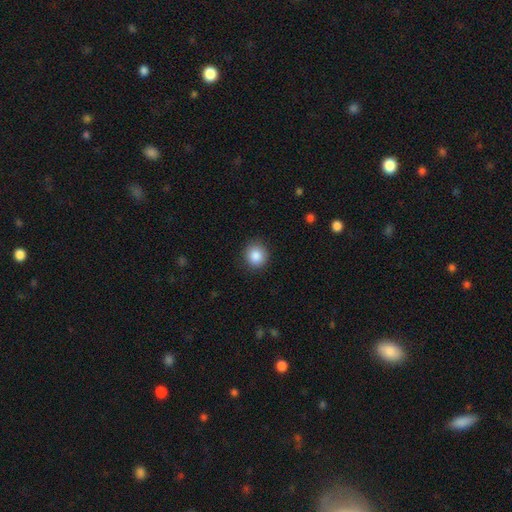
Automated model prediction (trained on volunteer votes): A smooth galaxy with no disk features (87%) that is round (89%). Merging: none (89%).